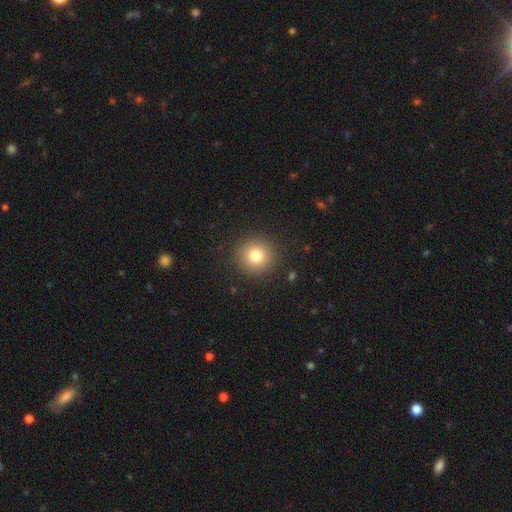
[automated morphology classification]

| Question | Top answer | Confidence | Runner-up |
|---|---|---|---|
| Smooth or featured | smooth | 79% | star or artifact (12%) |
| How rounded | round | 93% | in between (6%) |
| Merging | none | 91% | minor disturbance (6%) |